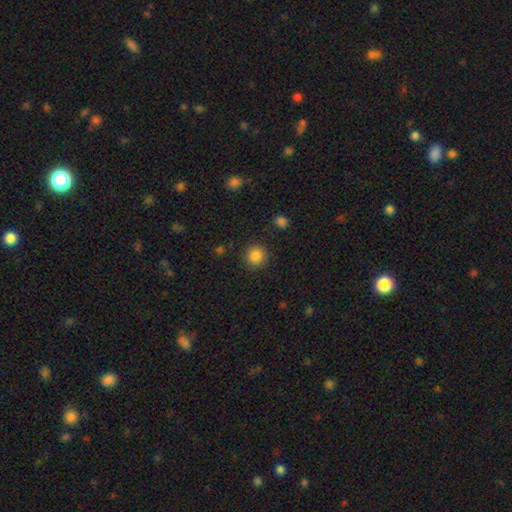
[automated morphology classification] Q: Smooth or featured?
A: smooth (85%); runner-up: star or artifact (10%)
Q: How rounded?
A: round (93%); runner-up: in between (6%)
Q: Merging?
A: none (90%); runner-up: minor disturbance (6%)